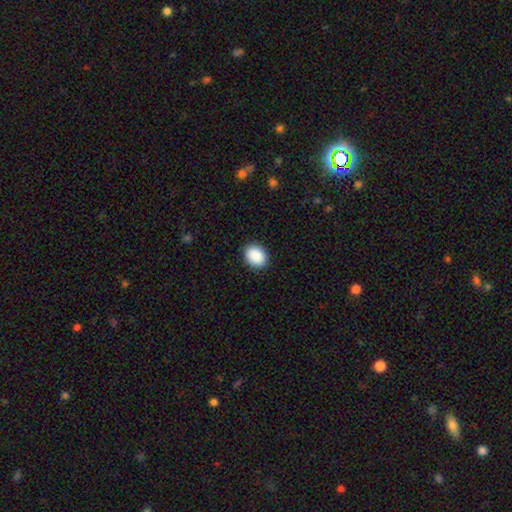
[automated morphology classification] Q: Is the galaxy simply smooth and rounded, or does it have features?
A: smooth — 91%.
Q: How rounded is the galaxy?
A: in between — 63%.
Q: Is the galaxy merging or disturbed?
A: none — 89%.